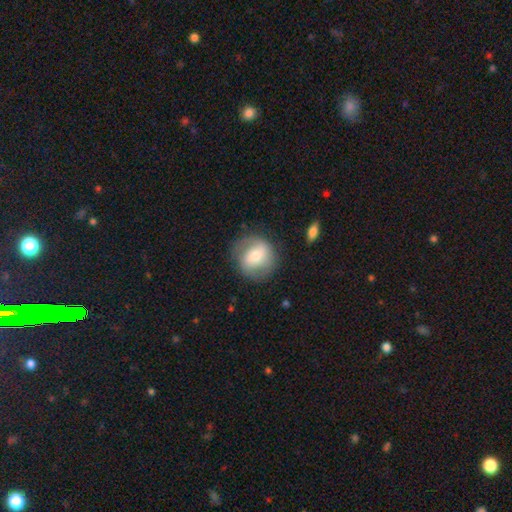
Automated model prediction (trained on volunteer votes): Smooth or featured? Predicted: smooth (p=0.49). Merging? Predicted: none (p=0.76).